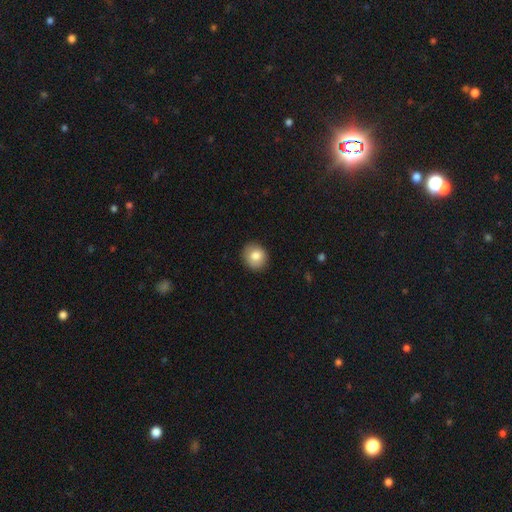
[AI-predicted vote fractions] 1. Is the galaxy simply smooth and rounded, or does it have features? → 84% smooth, 8% featured or disk, 8% star or artifact.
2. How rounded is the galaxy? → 82% round, 18% in between, 1% cigar-shaped.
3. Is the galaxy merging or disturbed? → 89% none, 8% minor disturbance, 2% major disturbance, 1% merger.